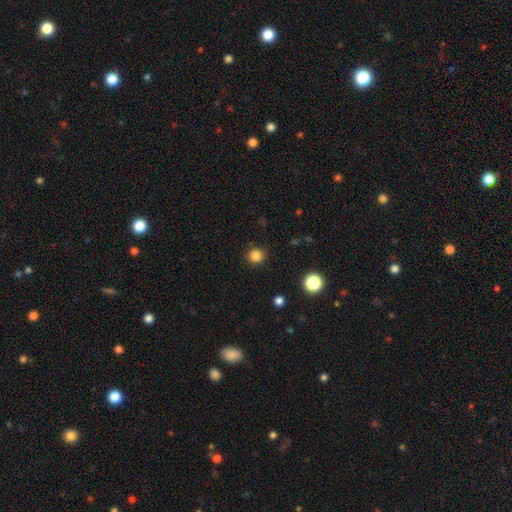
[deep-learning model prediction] Smooth or featured: smooth — 84% (star or artifact — 13%)
How rounded: round — 94% (in between — 6%)
Merging: none — 91% (minor disturbance — 6%)